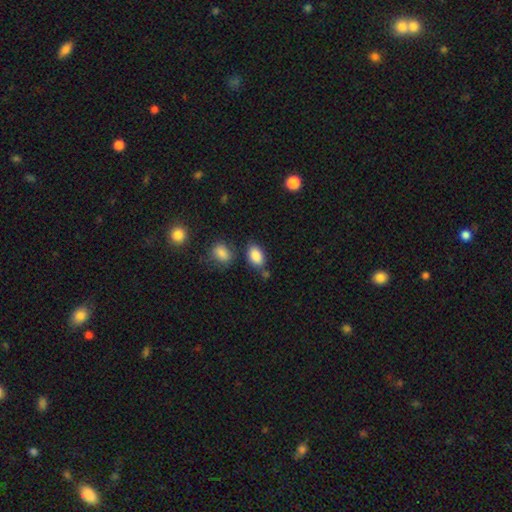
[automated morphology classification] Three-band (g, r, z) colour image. It shows a smooth galaxy with no disk features (87%) that is in between round and cigar-shaped (89%). Merging: none (70%).